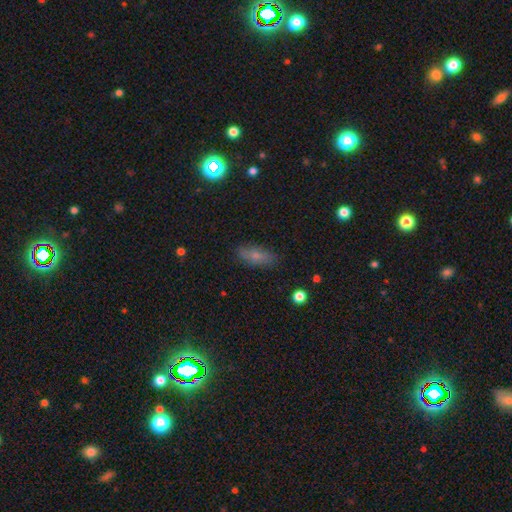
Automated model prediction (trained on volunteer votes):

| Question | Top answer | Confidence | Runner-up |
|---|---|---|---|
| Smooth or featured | smooth | 70% | featured or disk (19%) |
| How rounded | in between | 71% | cigar-shaped (25%) |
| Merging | none | 83% | minor disturbance (13%) |